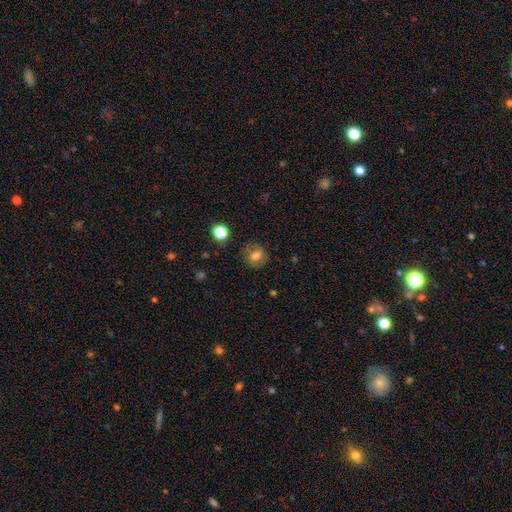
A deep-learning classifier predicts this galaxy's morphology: The model was most divided on "smooth or featured": smooth: 73%, featured or disk: 15%, star or artifact: 13%. More confident: merging — none (83%); how rounded — round (81%).